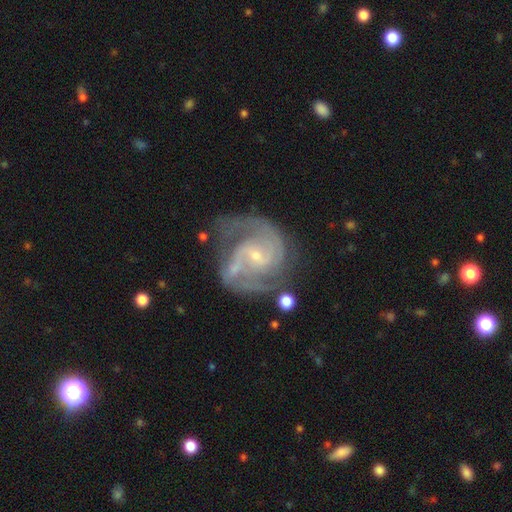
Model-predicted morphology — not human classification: Smooth or featured?
  - featured or disk: 91% *
  - star or artifact: 5%
  - smooth: 4%
Edge-on disk?
  - no: 98% *
  - yes: 2%
Bar?
  - weak: 44% *
  - no: 41%
  - strong: 15%
Spiral arms?
  - yes: 98% *
  - no: 2%
Spiral winding?
  - medium: 52% *
  - tight: 36%
  - loose: 11%
Spiral arm count?
  - 2: 78% *
  - 3: 9%
  - can't tell: 6%
  - 1: 3%
  - 4: 2%
  - more than 4: 2%
Bulge size?
  - small: 78% *
  - moderate: 17%
  - none: 2%
  - large: 1%
  - dominant: 1%
Merging?
  - none: 62% *
  - minor disturbance: 20%
  - major disturbance: 12%
  - merger: 6%